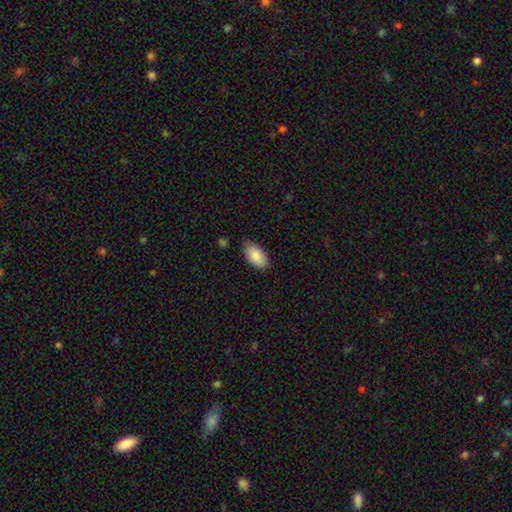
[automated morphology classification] Smooth or featured: smooth — 86% (featured or disk — 7%)
How rounded: in between — 95% (round — 3%)
Merging: none — 81% (minor disturbance — 15%)